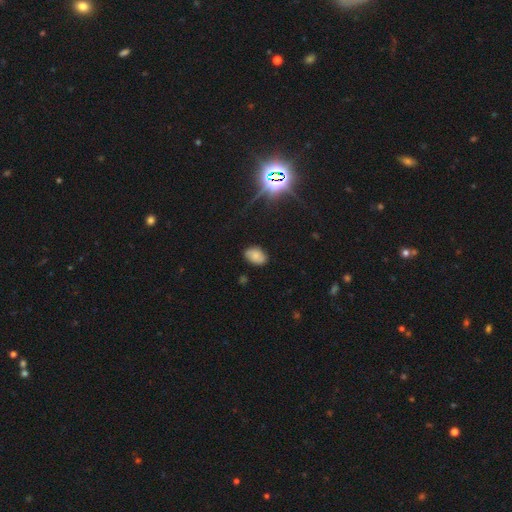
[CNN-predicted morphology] The model was most divided on "smooth or featured": smooth: 73%, star or artifact: 14%, featured or disk: 13%. More confident: how rounded — in between (86%); merging — none (81%).